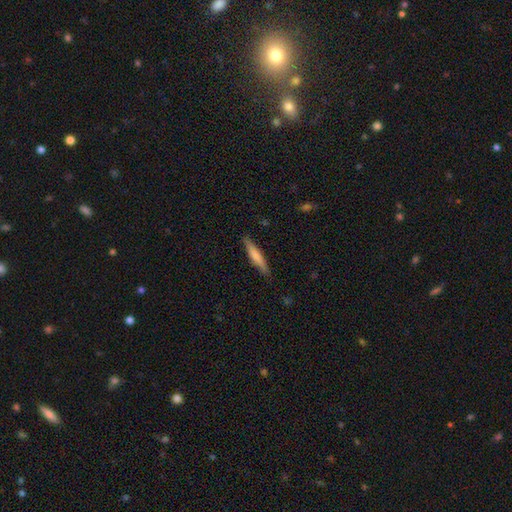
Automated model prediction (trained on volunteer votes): Smooth or featured: smooth — 68% (featured or disk — 26%)
How rounded: cigar-shaped — 90% (in between — 8%)
Merging: none — 87% (minor disturbance — 10%)